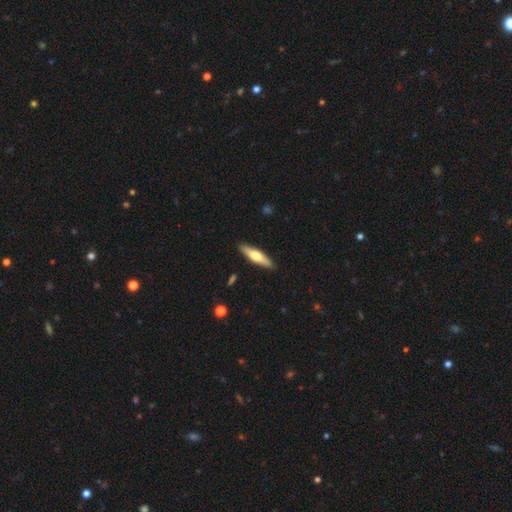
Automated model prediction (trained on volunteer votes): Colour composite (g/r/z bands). It shows a smooth galaxy with no disk features (52%) that is cigar-shaped (75%). Merging: none (90%).